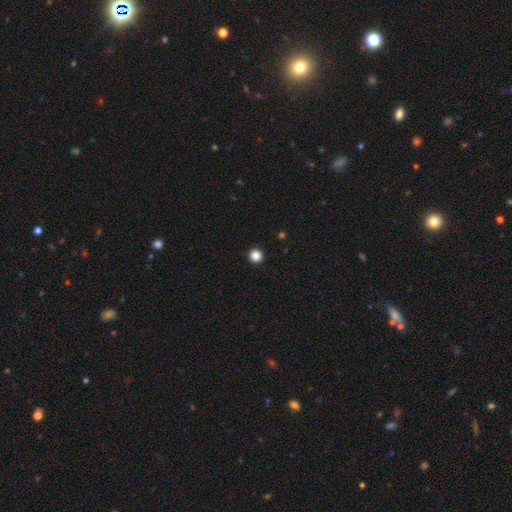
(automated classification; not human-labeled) smooth 85%, star or artifact 12%, featured or disk 3%. Down the decision tree: how rounded — round (97%); merging — none (94%).